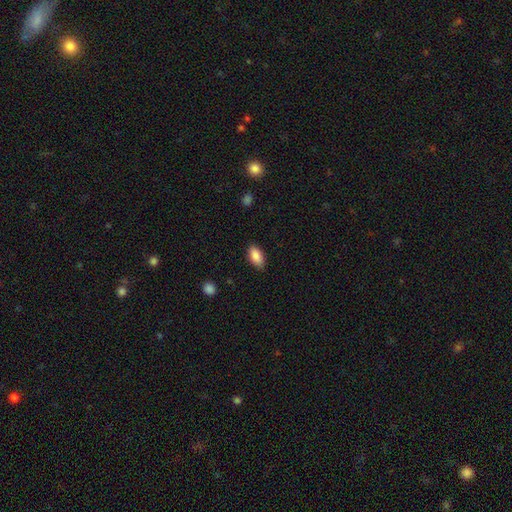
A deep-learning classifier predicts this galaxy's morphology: Overall: smooth (86%). How rounded: in between (91%). Merging: none (85%).